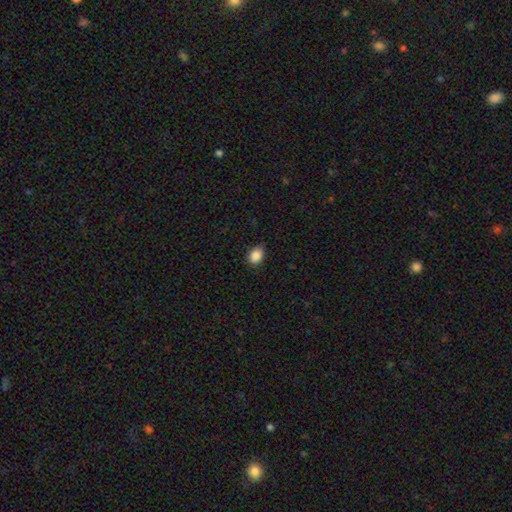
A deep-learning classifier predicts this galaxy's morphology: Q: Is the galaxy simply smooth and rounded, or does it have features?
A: smooth — 87%.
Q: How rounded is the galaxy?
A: in between — 65%.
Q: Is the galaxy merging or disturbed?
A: none — 82%.